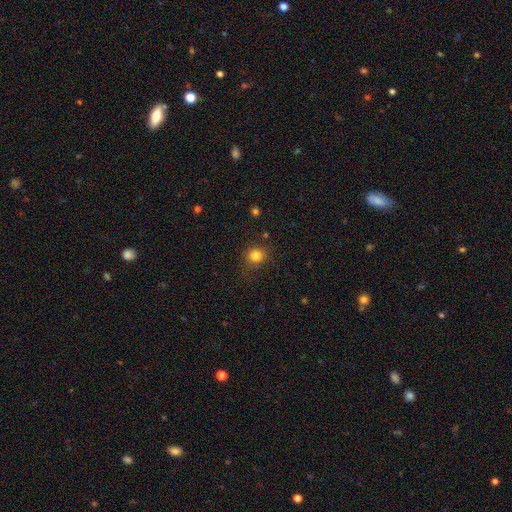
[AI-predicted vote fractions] This appears to be a smooth galaxy with no disk features (82%) that is round (87%). Merging: none (84%).